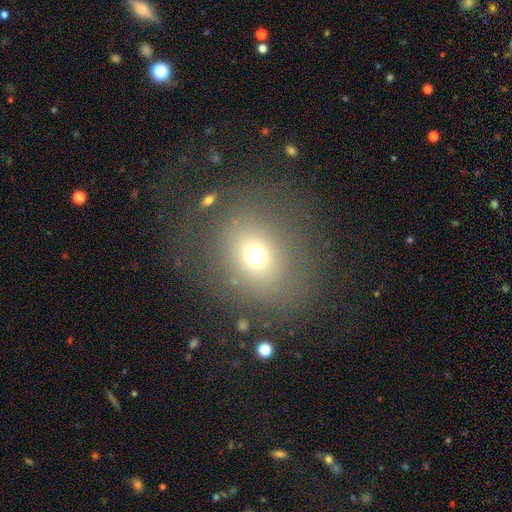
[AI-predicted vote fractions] A smooth galaxy with no disk features (68%) that is round (66%). Merging: none (76%).